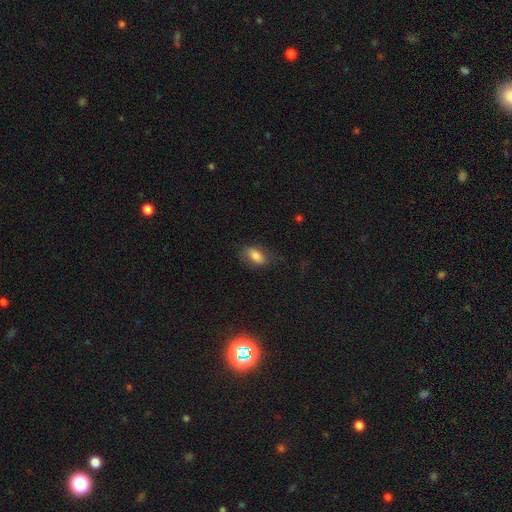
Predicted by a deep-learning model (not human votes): The model was most divided on "merging": none: 65%, minor disturbance: 21%, major disturbance: 12%, merger: 1%. More confident: how rounded — in between (89%); smooth or featured — smooth (81%).